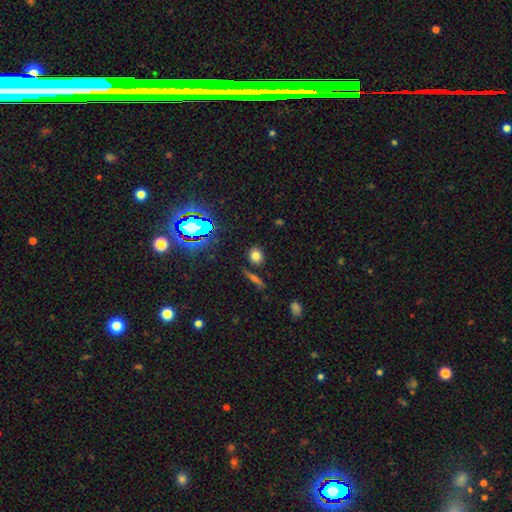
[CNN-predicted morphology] A smooth galaxy with no disk features (75%) that is round (78%).

Vote fractions:
- Smooth or featured? smooth: 75% / star or artifact: 17% / featured or disk: 8%
- How rounded? round: 78% / in between: 20% / cigar-shaped: 2%
- Merging? none: 84% / minor disturbance: 9% / merger: 5% / major disturbance: 3%